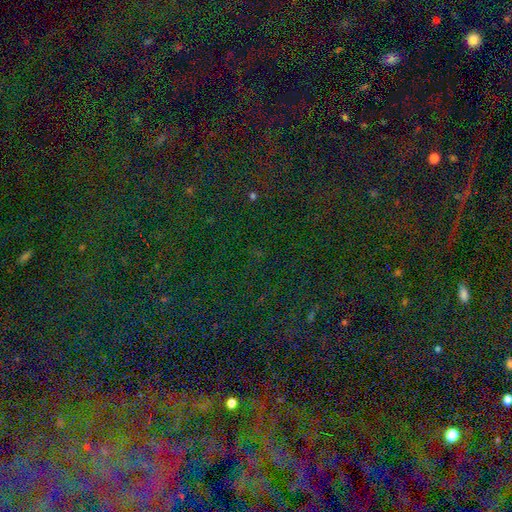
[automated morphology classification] This is likely a star or artifact rather than a galaxy (79%).